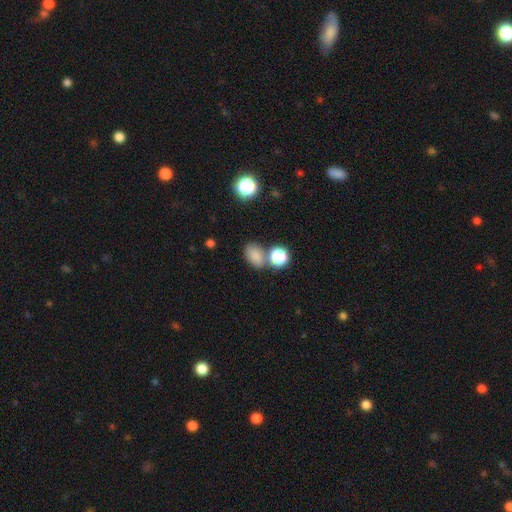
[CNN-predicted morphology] This is likely a smooth galaxy (78%). How rounded: likely in between (76%). Merging: possibly none (60%).